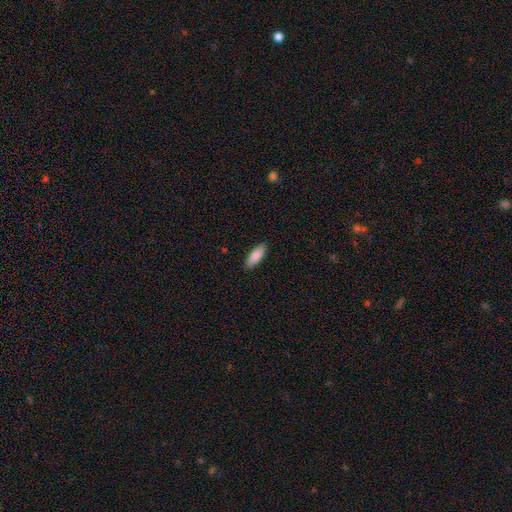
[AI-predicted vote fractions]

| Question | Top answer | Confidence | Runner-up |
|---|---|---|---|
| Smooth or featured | smooth | 87% | featured or disk (8%) |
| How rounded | in between | 66% | cigar-shaped (32%) |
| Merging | none | 89% | minor disturbance (8%) |